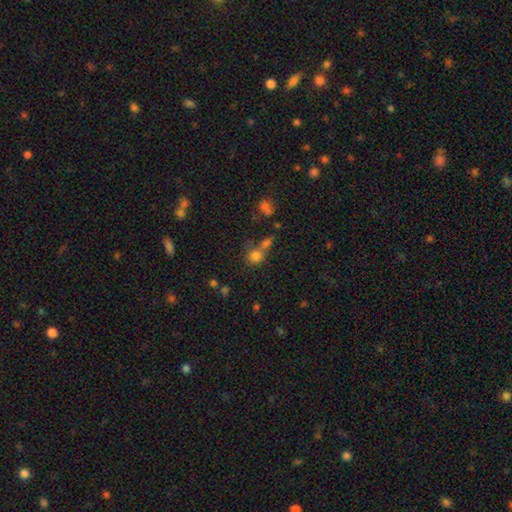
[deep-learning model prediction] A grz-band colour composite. It shows a smooth galaxy with no disk features (76%) that is round (80%). Merging: none (43%).